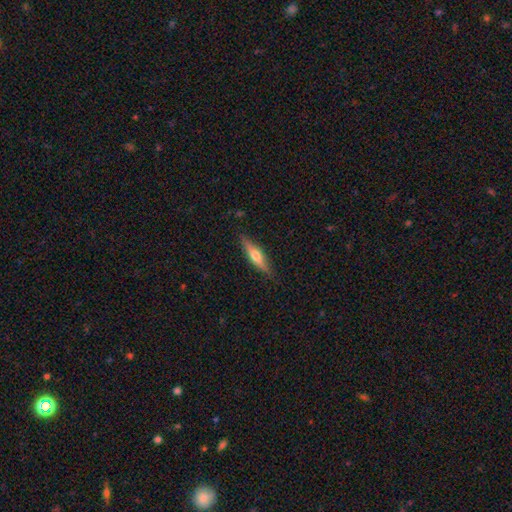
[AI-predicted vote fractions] smooth_or_featured: featured or disk (p=0.51) [alt: smooth p=0.42]
disk_edge_on: yes (p=0.94) [alt: no p=0.06]
merging: none (p=0.86) [alt: minor disturbance p=0.10]